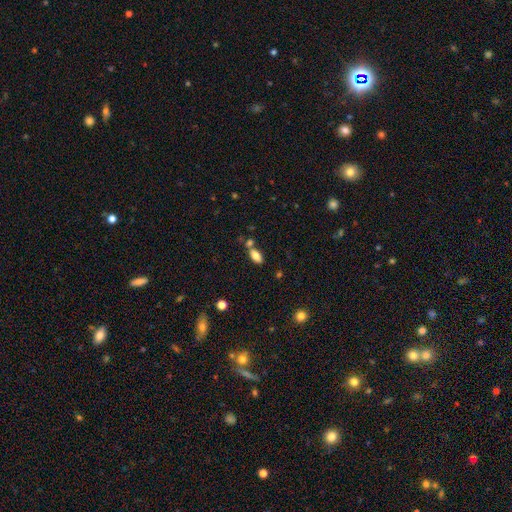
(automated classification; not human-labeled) This appears to be a smooth galaxy with no disk features (80%) that is in between round and cigar-shaped (89%). Merging: none (63%).